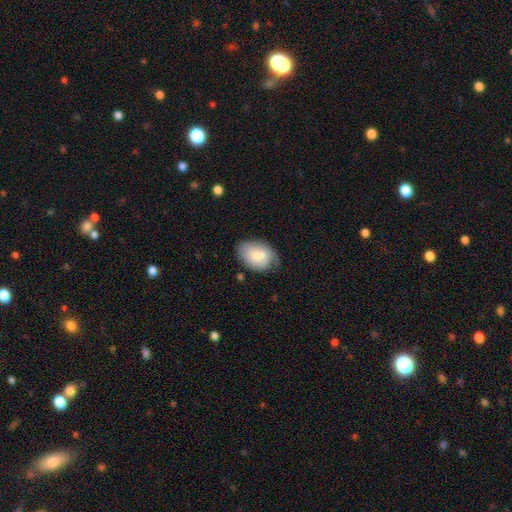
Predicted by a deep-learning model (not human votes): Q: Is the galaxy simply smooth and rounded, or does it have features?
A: smooth — 75%.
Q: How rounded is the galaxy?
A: in between — 79%.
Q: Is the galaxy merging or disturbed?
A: none — 58%.